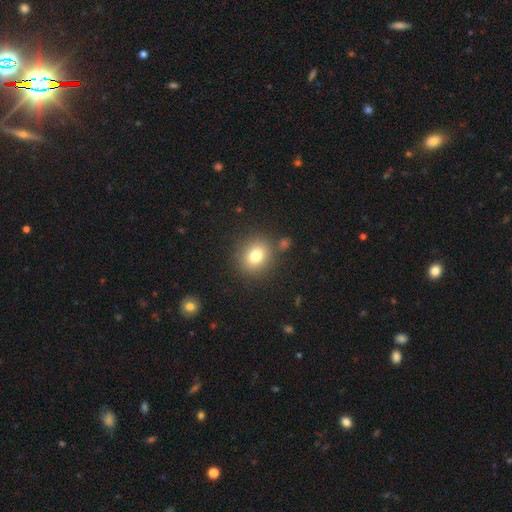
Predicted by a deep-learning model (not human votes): A smooth galaxy with no disk features (78%) that is round (70%). Merging: none (81%).